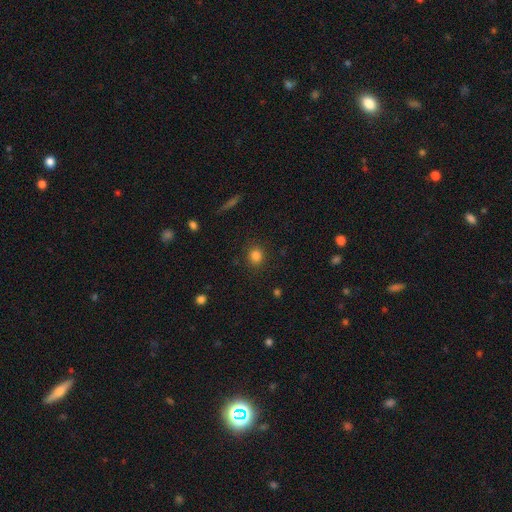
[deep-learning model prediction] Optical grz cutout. It shows a smooth galaxy with no disk features (83%) that is round (82%). Merging: none (89%).